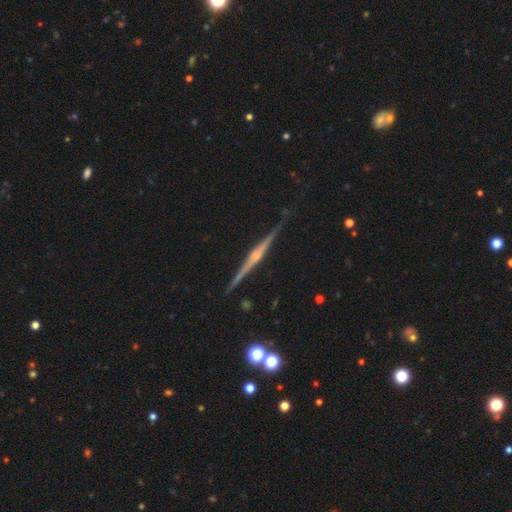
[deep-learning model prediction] Overall: featured or disk (86%). Edge-on disk: yes (98%). Edge-on bulge: rounded (80%). Merging: none (89%).